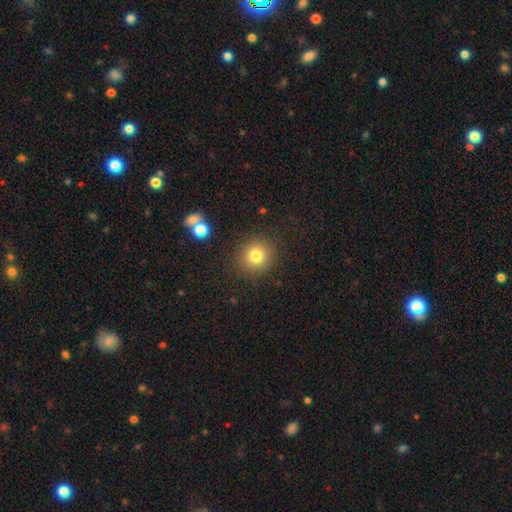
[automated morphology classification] Smooth or featured?
  - smooth: 80% *
  - star or artifact: 12%
  - featured or disk: 8%
How rounded?
  - round: 89% *
  - in between: 10%
  - cigar-shaped: 1%
Merging?
  - none: 87% *
  - minor disturbance: 7%
  - major disturbance: 3%
  - merger: 2%